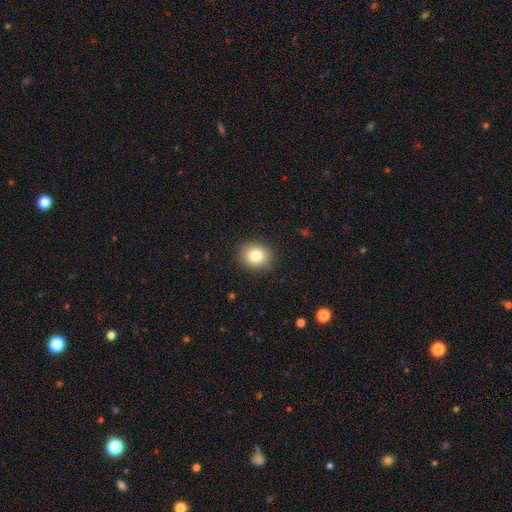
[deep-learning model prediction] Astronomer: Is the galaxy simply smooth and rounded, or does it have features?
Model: smooth — 82%.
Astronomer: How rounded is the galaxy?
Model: round — 77%.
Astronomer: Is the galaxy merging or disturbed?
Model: none — 90%.